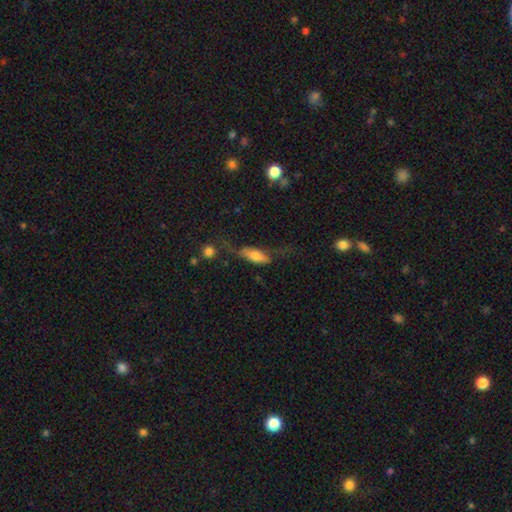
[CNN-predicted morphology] This appears to be a smooth galaxy with no disk features (59%) that is in between round and cigar-shaped (68%). Merging: none (39%).